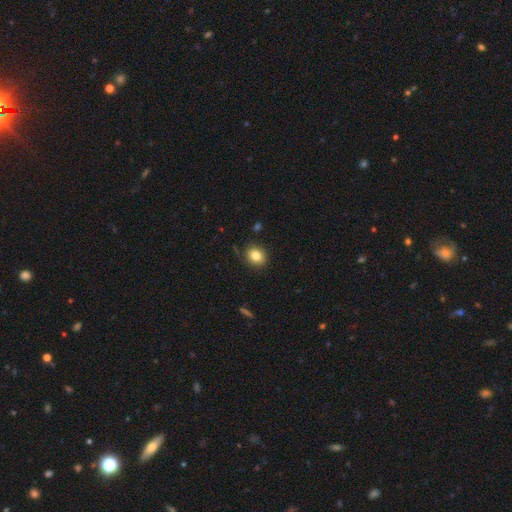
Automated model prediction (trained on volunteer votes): A smooth galaxy with no disk features (83%) that is round (60%).

Vote fractions:
- Smooth or featured? smooth: 83% / star or artifact: 10% / featured or disk: 7%
- How rounded? round: 60% / in between: 39% / cigar-shaped: 1%
- Merging? none: 86% / minor disturbance: 11% / major disturbance: 2% / merger: 1%